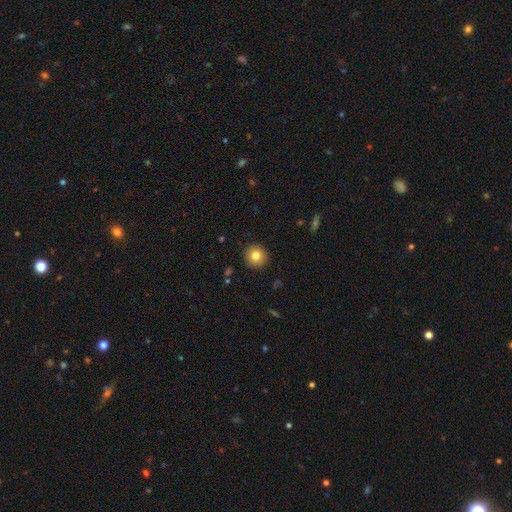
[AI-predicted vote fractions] Smooth or featured? Predicted: smooth (p=0.80). How rounded? Predicted: round (p=0.95). Merging? Predicted: none (p=0.92).